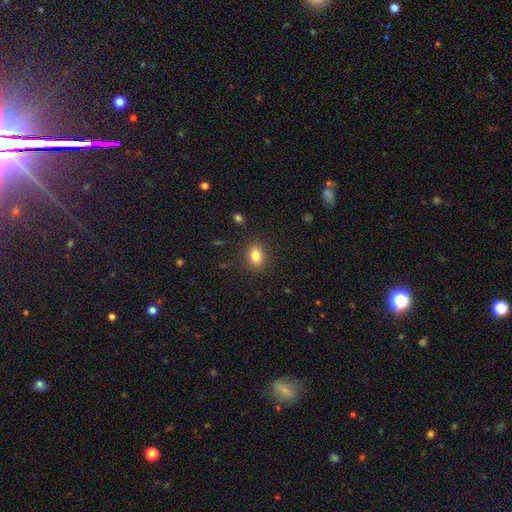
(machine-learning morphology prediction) Smooth or featured?
  - smooth: 82% *
  - star or artifact: 10%
  - featured or disk: 8%
How rounded?
  - in between: 71% *
  - round: 28%
  - cigar-shaped: 2%
Merging?
  - none: 87% *
  - minor disturbance: 9%
  - major disturbance: 3%
  - merger: 1%